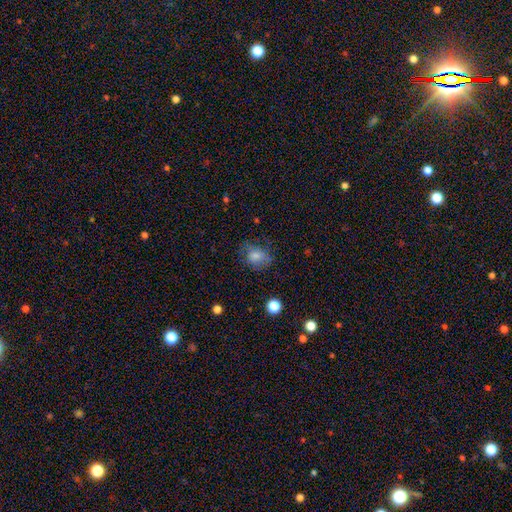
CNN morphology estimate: type=smooth (69%); roundness=in between (56%); merging=none (62%).